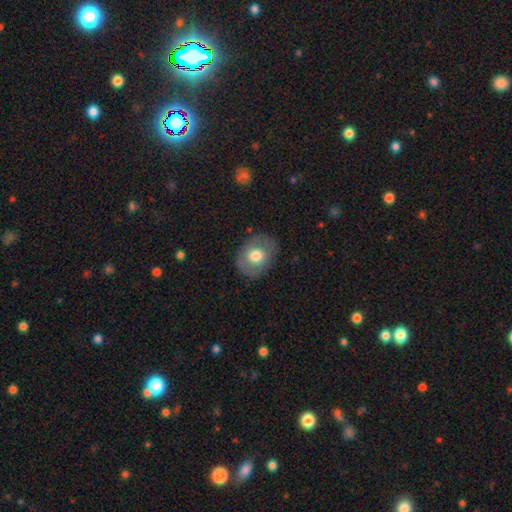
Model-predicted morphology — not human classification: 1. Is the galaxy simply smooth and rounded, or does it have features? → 67% smooth, 26% featured or disk, 7% star or artifact.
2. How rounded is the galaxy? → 50% in between, 49% round, 1% cigar-shaped.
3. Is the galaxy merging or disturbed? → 82% none, 13% minor disturbance, 4% major disturbance, 1% merger.